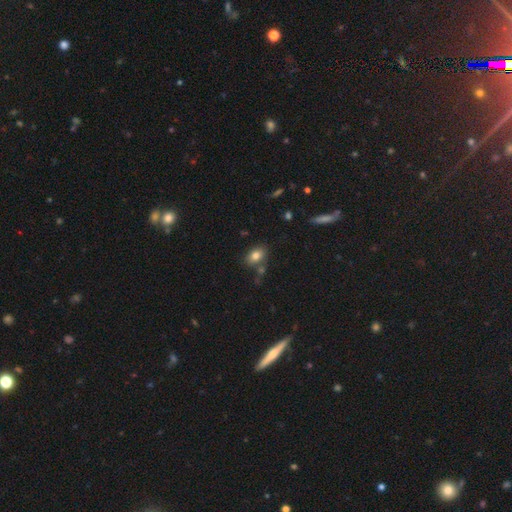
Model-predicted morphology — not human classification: smooth-or-featured: smooth: 81% | featured or disk: 10% | star or artifact: 9%
  how-rounded: in between: 82% | round: 16% | cigar-shaped: 1%
  merging: none: 72% | minor disturbance: 14% | merger: 11% | major disturbance: 4%